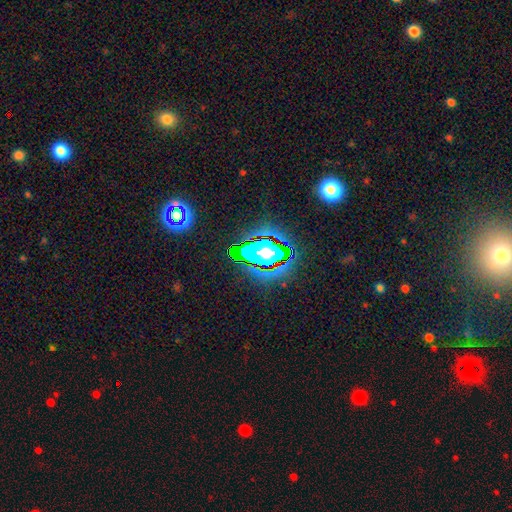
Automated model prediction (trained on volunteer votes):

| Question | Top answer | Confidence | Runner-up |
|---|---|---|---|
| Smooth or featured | star or artifact | 77% | smooth (13%) |